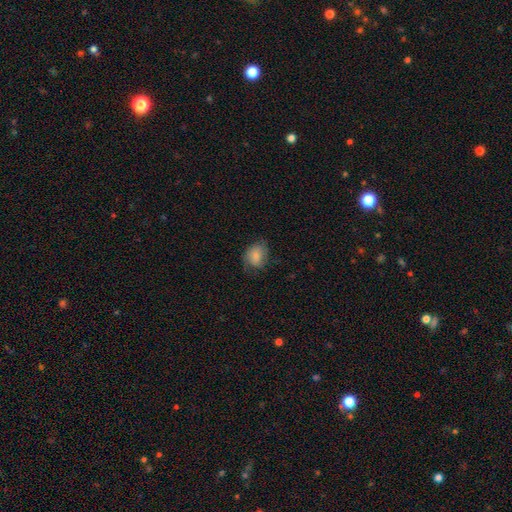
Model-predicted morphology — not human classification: smooth-or-featured: smooth: 74% | featured or disk: 18% | star or artifact: 8%
  how-rounded: in between: 67% | round: 32% | cigar-shaped: 1%
  merging: none: 59% | minor disturbance: 27% | major disturbance: 13% | merger: 1%